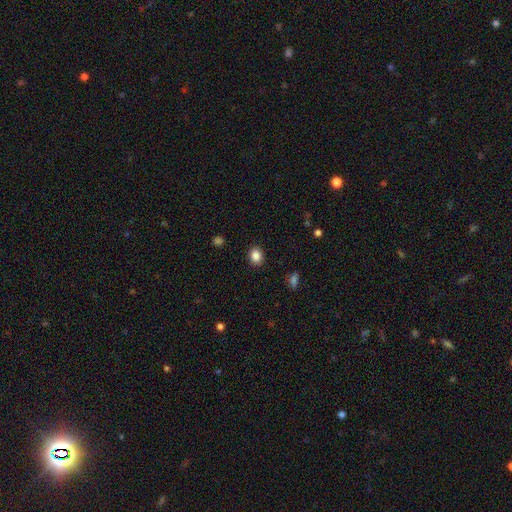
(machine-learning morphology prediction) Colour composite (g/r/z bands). It shows a smooth galaxy with no disk features (86%) that is round (52%). Merging: none (90%).